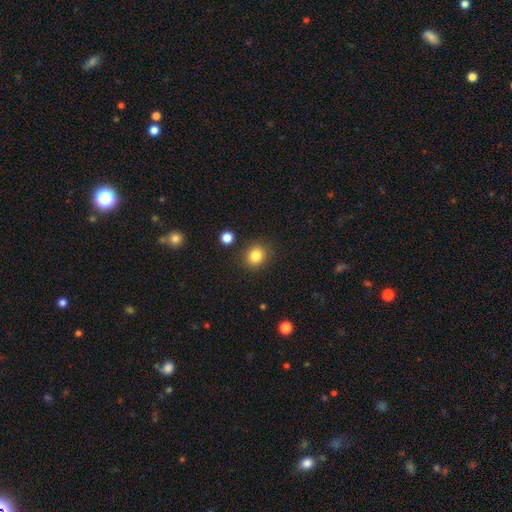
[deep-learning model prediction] Smooth or featured? Predicted: smooth (p=0.84). How rounded? Predicted: round (p=0.80). Merging? Predicted: none (p=0.86).